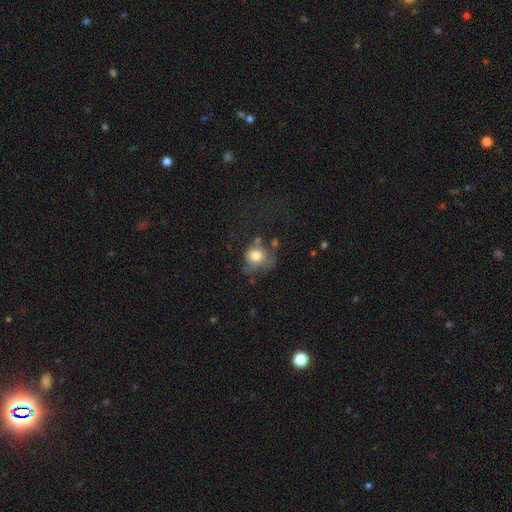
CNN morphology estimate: The model was most divided on "merging": none: 40%, minor disturbance: 30%, major disturbance: 21%, merger: 8%. More confident: smooth or featured — smooth (74%); how rounded — round (70%).